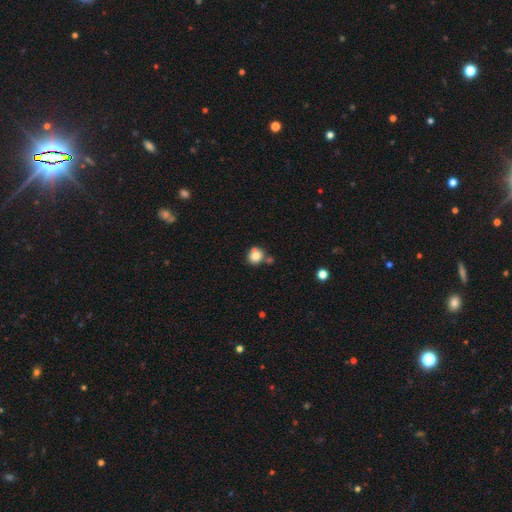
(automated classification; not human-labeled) smooth_or_featured: smooth (p=0.80) [alt: star or artifact p=0.10]
how_rounded: round (p=0.85) [alt: in between p=0.14]
merging: none (p=0.63) [alt: merger p=0.18]